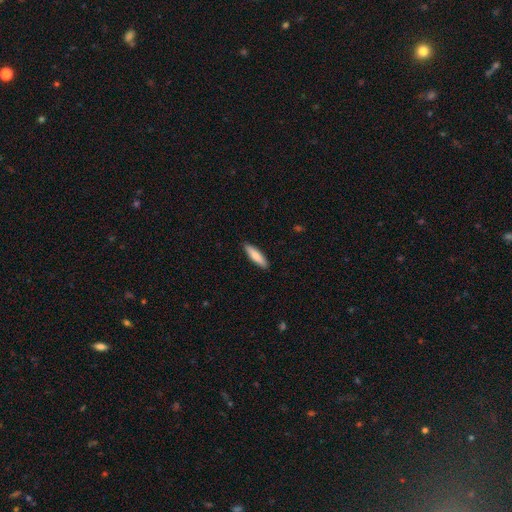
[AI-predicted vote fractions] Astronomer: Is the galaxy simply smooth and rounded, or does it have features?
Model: smooth — 80%.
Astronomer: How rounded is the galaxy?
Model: cigar-shaped — 67%.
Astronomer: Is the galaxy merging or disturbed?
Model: none — 89%.